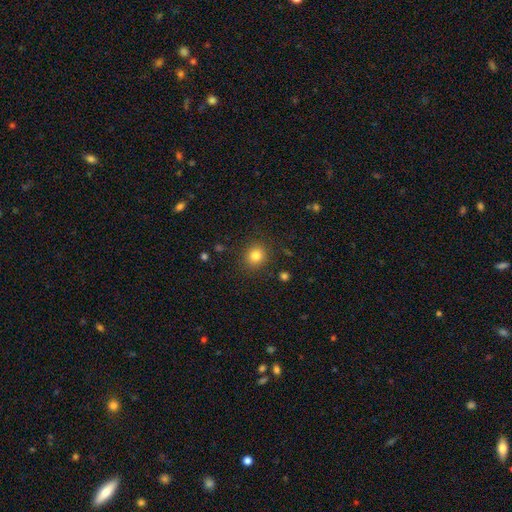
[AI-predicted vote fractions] Smooth or featured? Predicted: smooth (p=0.82). How rounded? Predicted: round (p=0.83). Merging? Predicted: none (p=0.88).